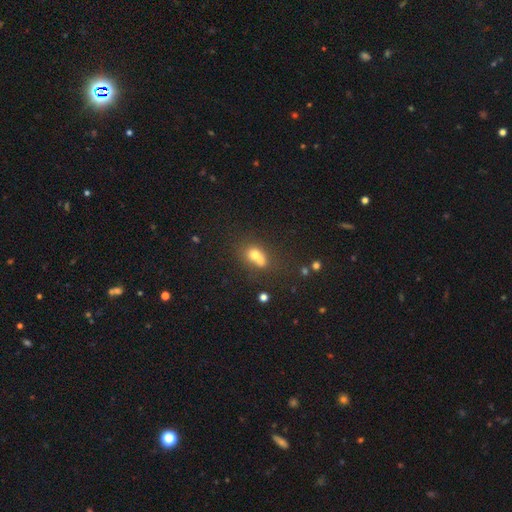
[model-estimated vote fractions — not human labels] smooth-or-featured: smooth: 65% | featured or disk: 20% | star or artifact: 14%
  how-rounded: in between: 57% | round: 38% | cigar-shaped: 5%
  merging: merger: 55% | none: 27% | minor disturbance: 11% | major disturbance: 7%